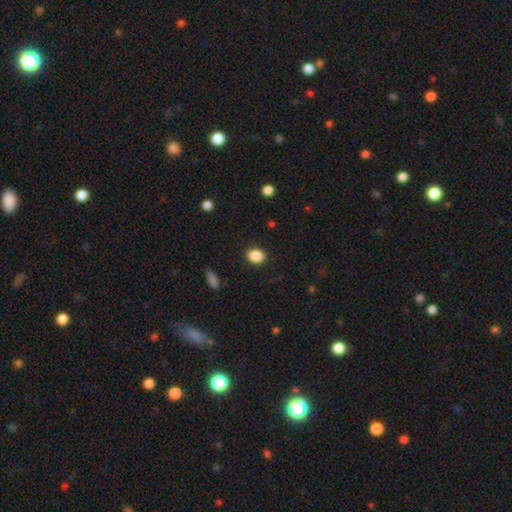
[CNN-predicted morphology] This appears to be a smooth galaxy with no disk features (87%) that is in between round and cigar-shaped (50%). Merging: none (89%).